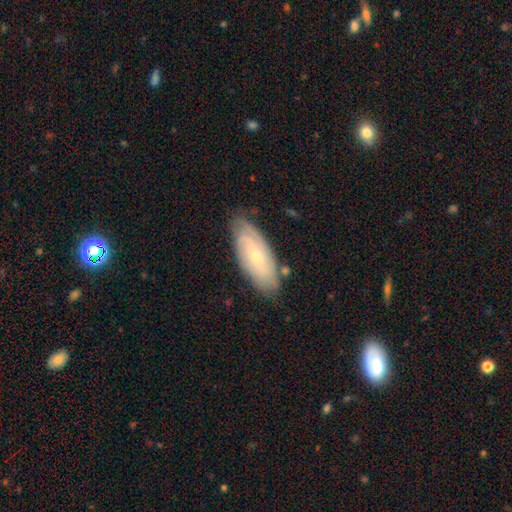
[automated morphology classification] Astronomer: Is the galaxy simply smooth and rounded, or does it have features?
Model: featured or disk — 56% (runner-up: smooth, 37%).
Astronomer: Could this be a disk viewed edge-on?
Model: no — 86%.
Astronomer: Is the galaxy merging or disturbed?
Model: none — 76%.